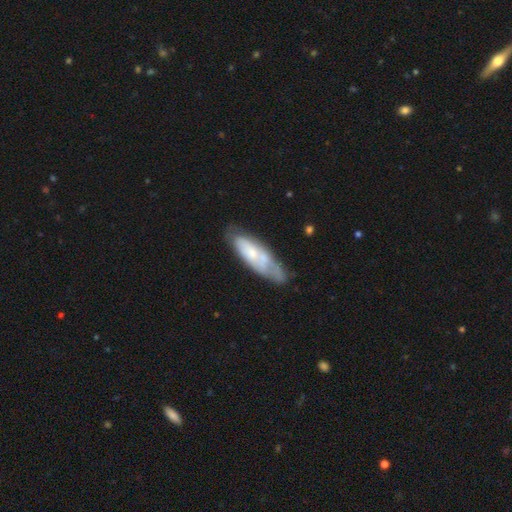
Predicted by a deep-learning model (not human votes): Smooth or featured: featured or disk — 52% (smooth — 40%)
Edge-on disk: no — 73% (yes — 27%)
Merging: none — 65% (minor disturbance — 24%)